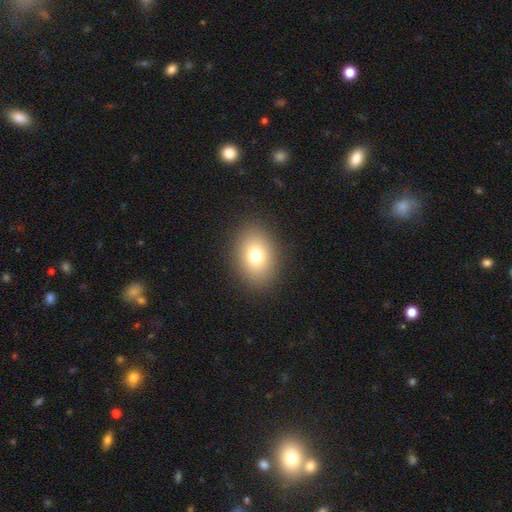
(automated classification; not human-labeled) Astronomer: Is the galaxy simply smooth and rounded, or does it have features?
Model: smooth — 77%.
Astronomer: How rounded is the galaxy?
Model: in between — 71%.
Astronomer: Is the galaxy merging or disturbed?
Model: none — 89%.